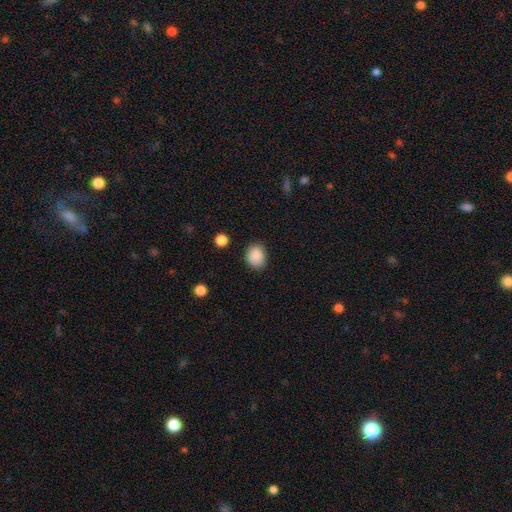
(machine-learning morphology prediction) smooth_or_featured: smooth (p=0.88) [alt: star or artifact p=0.08]
how_rounded: round (p=0.51) [alt: in between p=0.48]
merging: none (p=0.80) [alt: minor disturbance p=0.15]